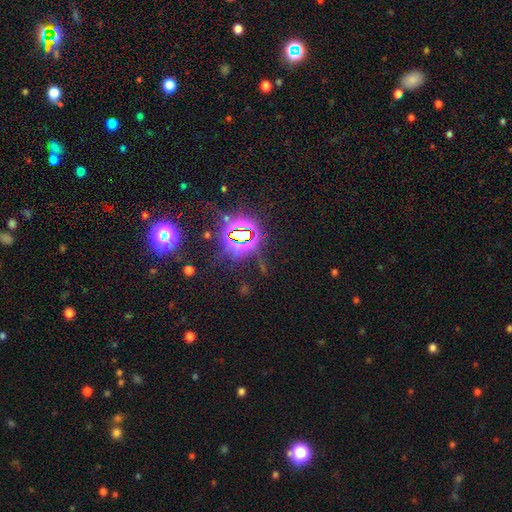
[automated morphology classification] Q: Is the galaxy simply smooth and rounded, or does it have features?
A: star or artifact — 84%.